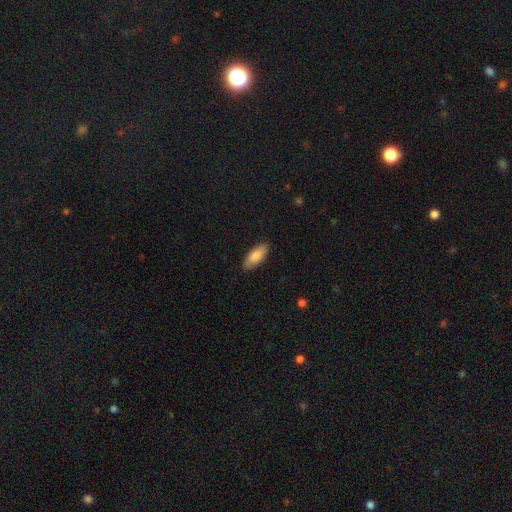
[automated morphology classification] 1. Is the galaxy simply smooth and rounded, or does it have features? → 83% smooth, 11% featured or disk, 6% star or artifact.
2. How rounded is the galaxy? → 82% in between, 16% cigar-shaped, 2% round.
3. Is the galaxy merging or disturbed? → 87% none, 10% minor disturbance, 2% major disturbance, 1% merger.